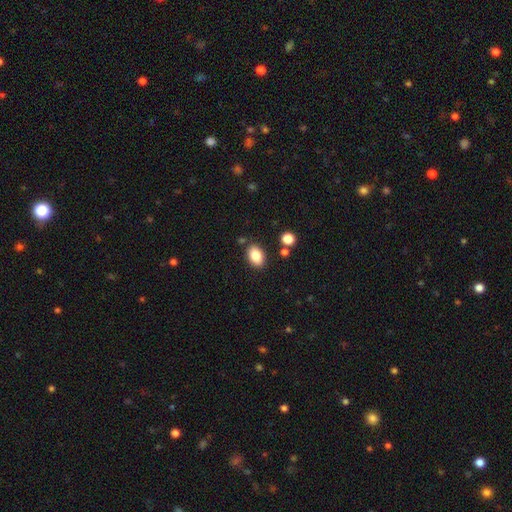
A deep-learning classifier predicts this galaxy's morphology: A smooth galaxy with no disk features (84%) that is in between round and cigar-shaped (84%).

Vote fractions:
- Smooth or featured? smooth: 84% / star or artifact: 9% / featured or disk: 8%
- How rounded? in between: 84% / round: 15% / cigar-shaped: 1%
- Merging? none: 84% / minor disturbance: 9% / merger: 4% / major disturbance: 2%